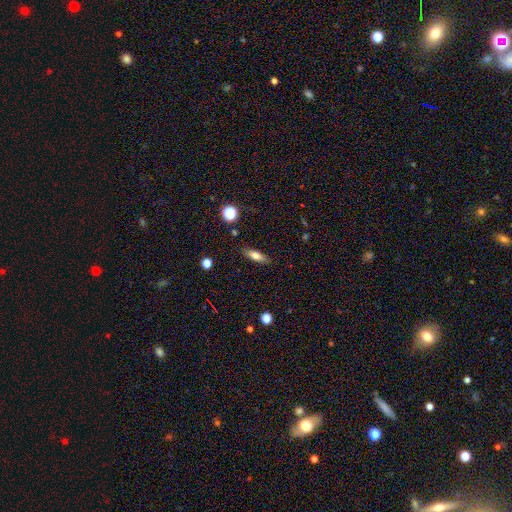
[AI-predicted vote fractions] Q: Smooth or featured?
A: smooth (68%); runner-up: featured or disk (23%)
Q: How rounded?
A: cigar-shaped (52%); runner-up: in between (44%)
Q: Merging?
A: none (87%); runner-up: minor disturbance (10%)